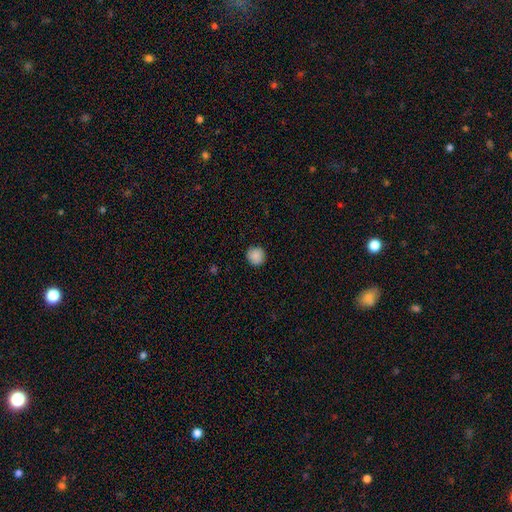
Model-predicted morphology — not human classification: smooth-or-featured: smooth: 89% | star or artifact: 9% | featured or disk: 3%
  how-rounded: round: 94% | in between: 5% | cigar-shaped: 1%
  merging: none: 92% | minor disturbance: 6% | major disturbance: 2% | merger: 1%